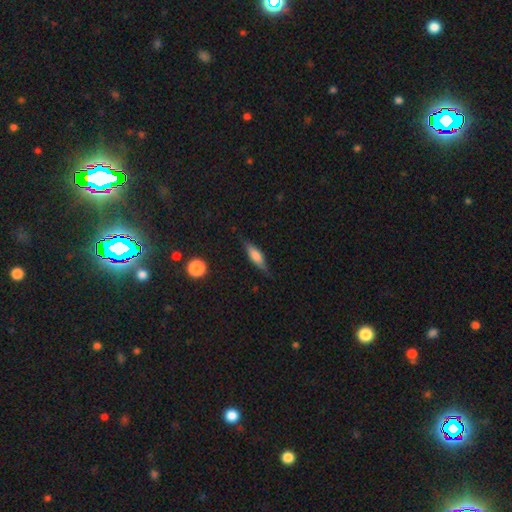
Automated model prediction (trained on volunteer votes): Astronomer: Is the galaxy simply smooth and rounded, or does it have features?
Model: smooth — 55% (runner-up: featured or disk, 38%).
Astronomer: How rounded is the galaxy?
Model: cigar-shaped — 57% (runner-up: in between, 40%).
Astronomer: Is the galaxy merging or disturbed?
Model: none — 78%.